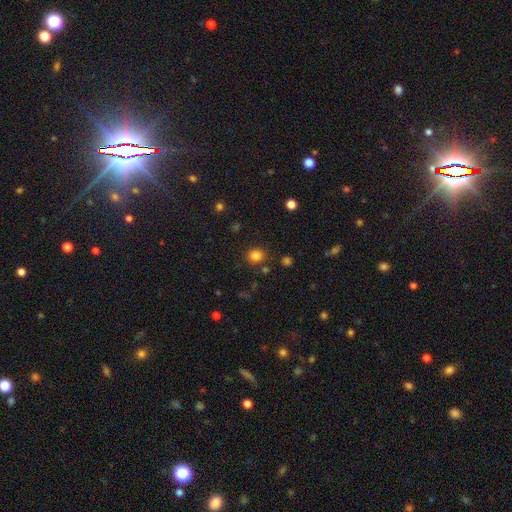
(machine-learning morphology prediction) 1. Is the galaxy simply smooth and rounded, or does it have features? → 82% smooth, 13% star or artifact, 5% featured or disk.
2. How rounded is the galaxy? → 83% round, 16% in between, 1% cigar-shaped.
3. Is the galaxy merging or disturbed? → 85% none, 8% minor disturbance, 4% merger, 3% major disturbance.